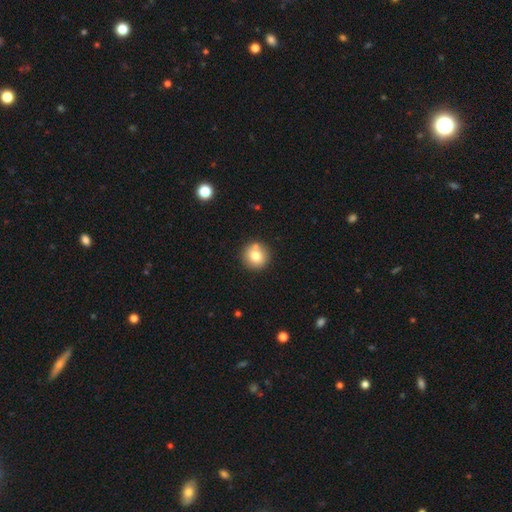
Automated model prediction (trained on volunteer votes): This is likely a smooth galaxy (76%). How rounded: clearly round (94%). Merging: likely none (78%).